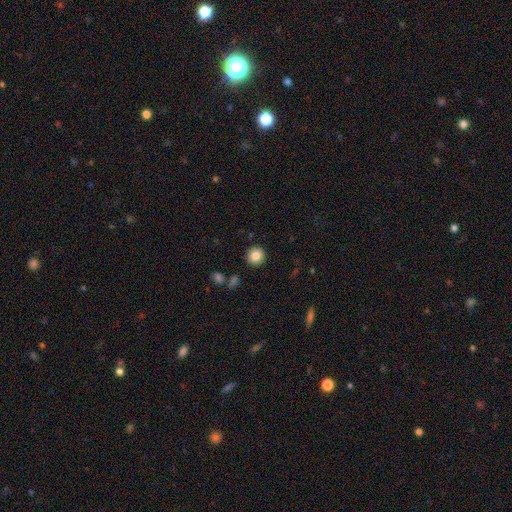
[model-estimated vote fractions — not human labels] Q: Smooth or featured?
A: smooth (83%); runner-up: star or artifact (10%)
Q: How rounded?
A: round (93%); runner-up: in between (6%)
Q: Merging?
A: none (91%); runner-up: minor disturbance (6%)